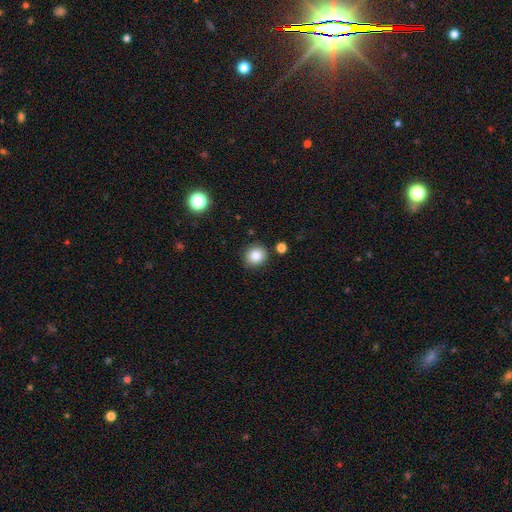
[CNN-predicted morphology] smooth 85%, star or artifact 10%, featured or disk 5%. Down the decision tree: how rounded — round (85%); merging — none (86%).